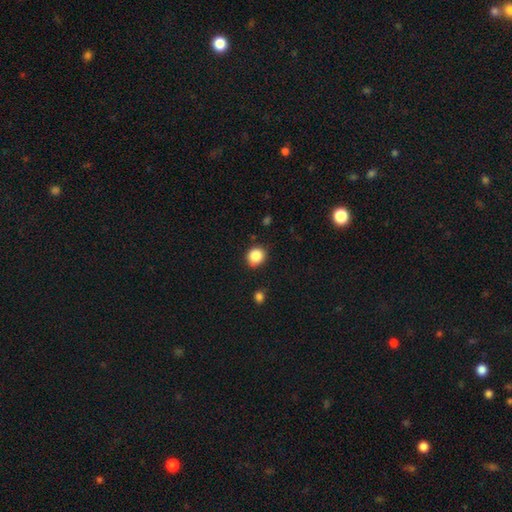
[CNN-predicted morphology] Q: Smooth or featured?
A: smooth (87%); runner-up: star or artifact (9%)
Q: How rounded?
A: round (77%); runner-up: in between (22%)
Q: Merging?
A: none (85%); runner-up: minor disturbance (11%)